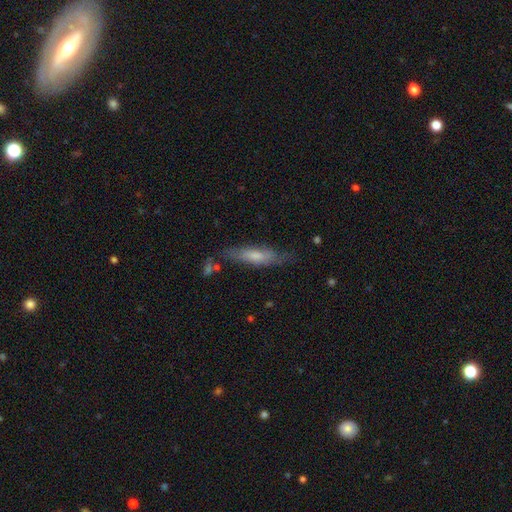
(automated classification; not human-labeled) Q: Smooth or featured?
A: smooth (59%); runner-up: featured or disk (35%)
Q: How rounded?
A: cigar-shaped (72%); runner-up: in between (26%)
Q: Merging?
A: none (70%); runner-up: minor disturbance (21%)